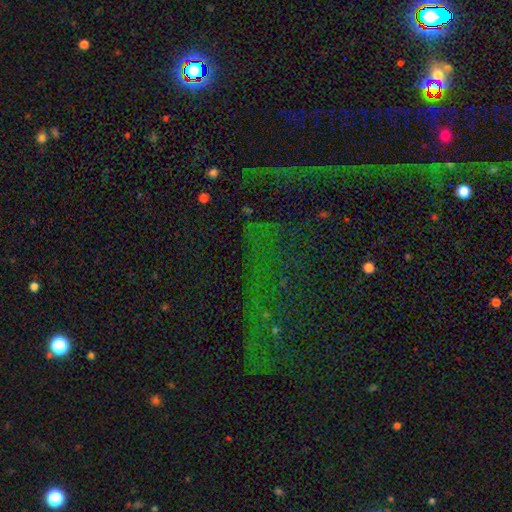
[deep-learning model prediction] Smooth or featured?
  - star or artifact: 79% *
  - smooth: 11%
  - featured or disk: 10%